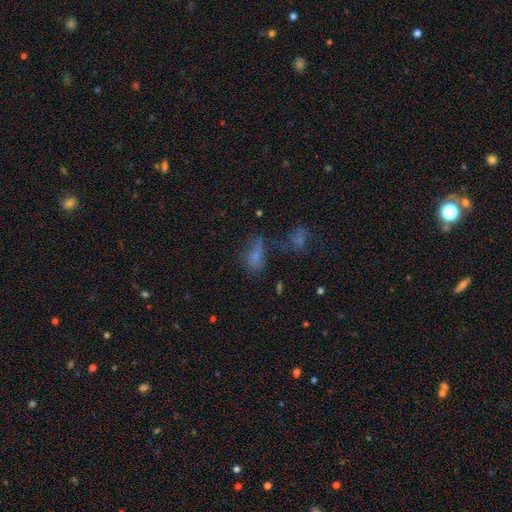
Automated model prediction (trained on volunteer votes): Smooth or featured? smooth (60%)
How rounded? in between (78%)
Merging? none (36%)